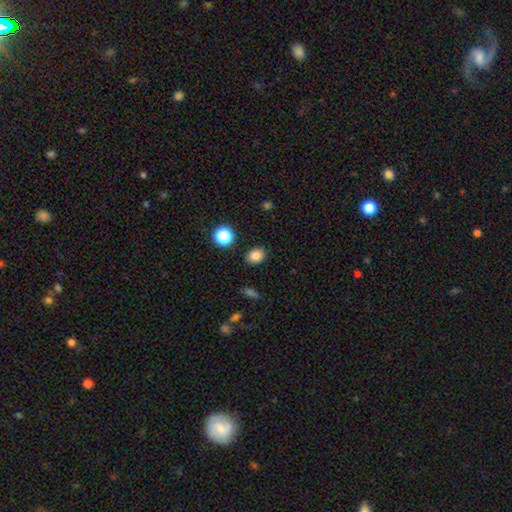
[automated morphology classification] Smooth or featured? Predicted: smooth (p=0.82). How rounded? Predicted: in between (p=0.56). Merging? Predicted: none (p=0.88).